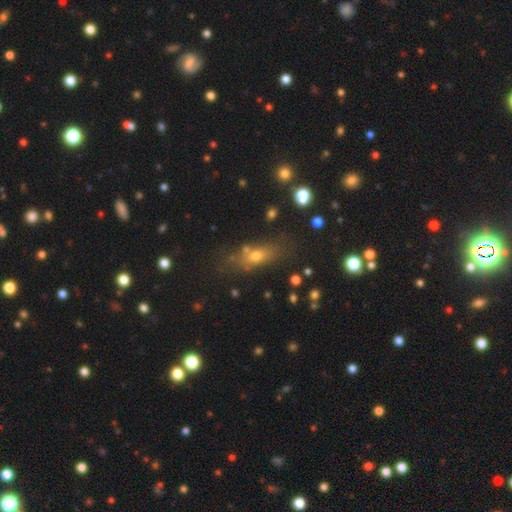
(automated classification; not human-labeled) Smooth or featured: smooth — 54% (star or artifact — 24%)
How rounded: in between — 54% (cigar-shaped — 31%)
Merging: none — 72% (minor disturbance — 15%)